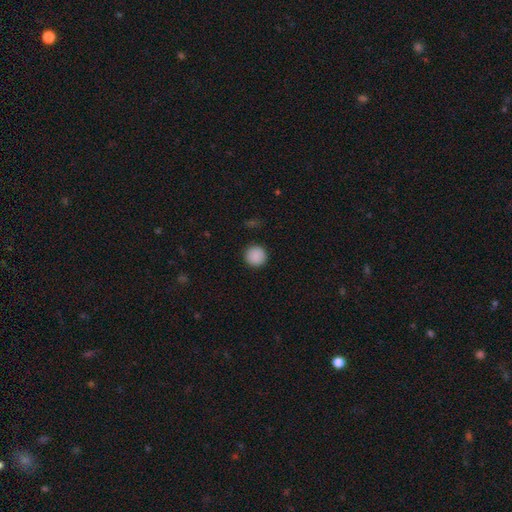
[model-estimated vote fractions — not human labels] smooth 89%, star or artifact 8%, featured or disk 3%. Down the decision tree: how rounded — round (95%); merging — none (92%).